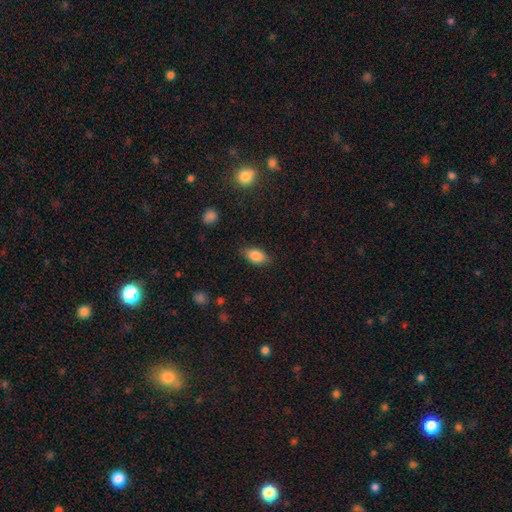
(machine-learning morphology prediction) This appears to be a smooth galaxy with no disk features (85%) that is in between round and cigar-shaped (90%). Merging: none (83%).